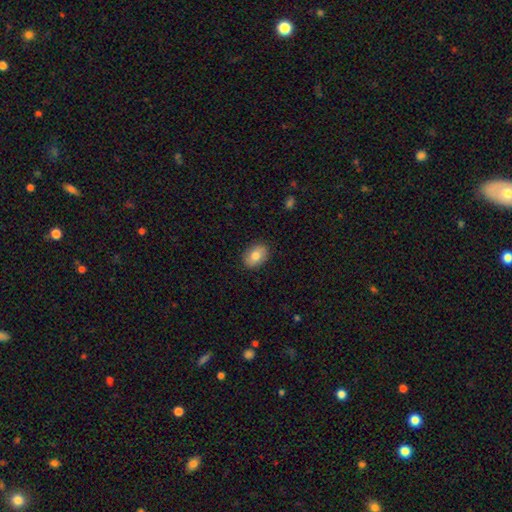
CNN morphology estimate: Smooth or featured?
  - smooth: 77% *
  - featured or disk: 15%
  - star or artifact: 7%
How rounded?
  - in between: 76% *
  - round: 23%
  - cigar-shaped: 1%
Merging?
  - none: 88% *
  - minor disturbance: 9%
  - major disturbance: 2%
  - merger: 1%